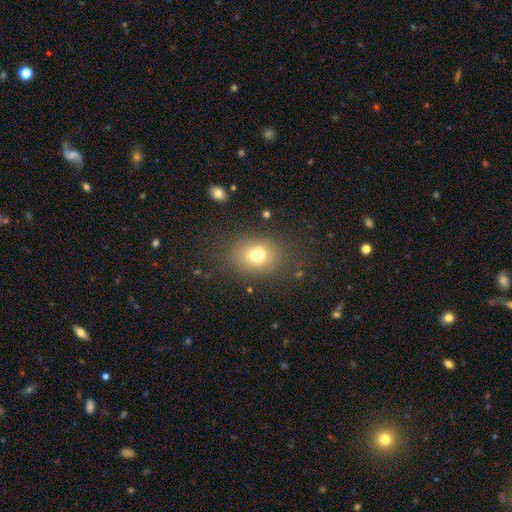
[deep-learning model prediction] This appears to be a smooth galaxy with no disk features (70%) that is round (52%). Merging: none (55%).